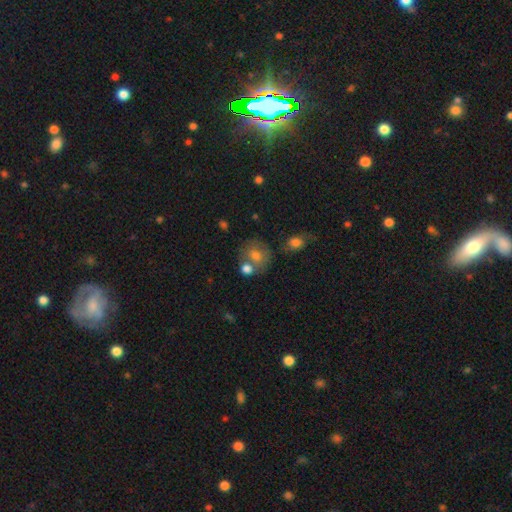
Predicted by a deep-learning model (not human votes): This appears to be a smooth galaxy with no disk features (70%) that is round (78%). Merging: none (52%).